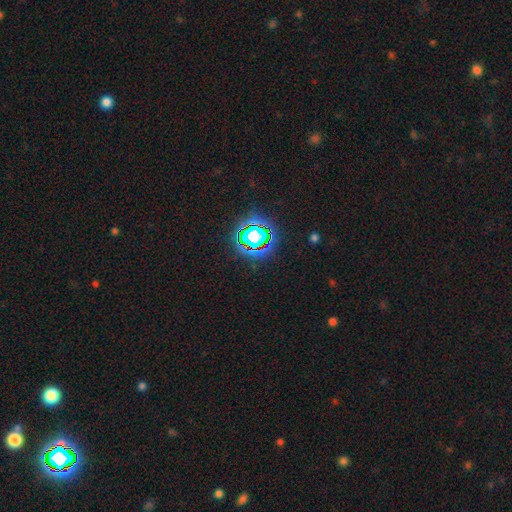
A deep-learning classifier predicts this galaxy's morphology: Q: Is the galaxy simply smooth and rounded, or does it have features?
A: star or artifact — 83%.